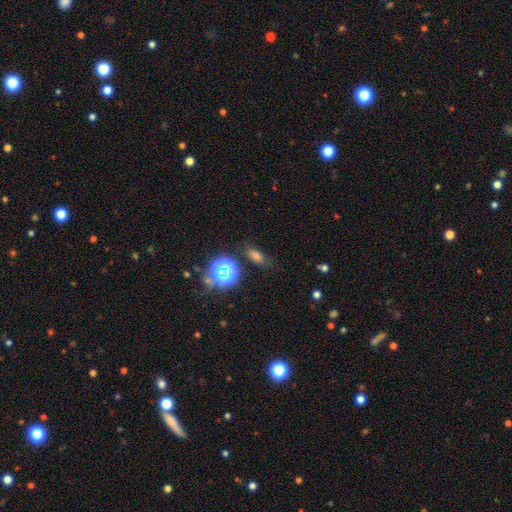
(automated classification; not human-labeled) Smooth or featured?
  - smooth: 55% *
  - star or artifact: 34%
  - featured or disk: 11%
How rounded?
  - in between: 68% *
  - round: 19%
  - cigar-shaped: 13%
Merging?
  - none: 72% *
  - minor disturbance: 17%
  - major disturbance: 7%
  - merger: 4%